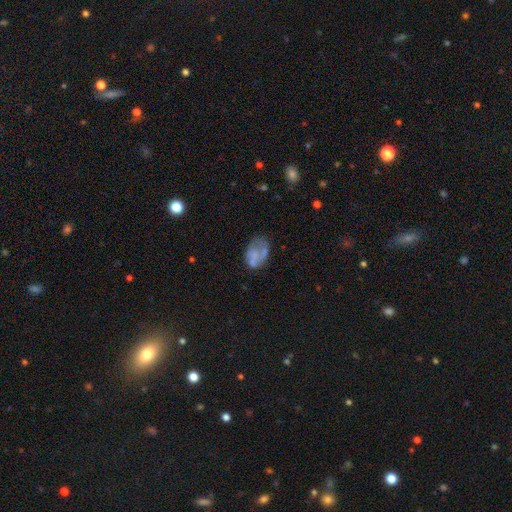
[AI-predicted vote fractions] A smooth galaxy with no disk features (51%) that is in between round and cigar-shaped (83%).

Vote fractions:
- Smooth or featured? smooth: 51% / featured or disk: 38% / star or artifact: 10%
- How rounded? in between: 83% / round: 15% / cigar-shaped: 2%
- Merging? none: 40% / minor disturbance: 26% / major disturbance: 24% / merger: 9%